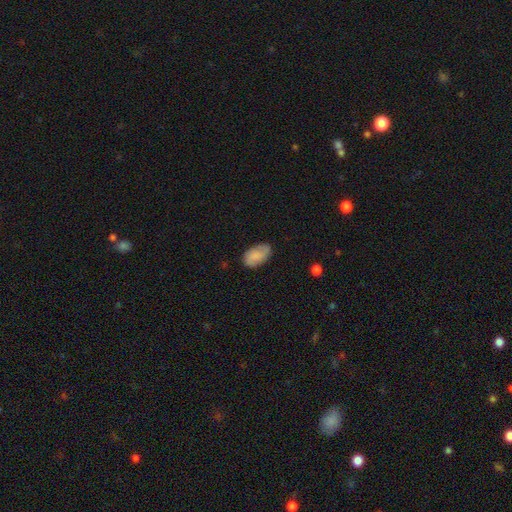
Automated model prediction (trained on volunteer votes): Smooth or featured: smooth — 78% (featured or disk — 14%)
How rounded: in between — 93% (round — 5%)
Merging: none — 72% (minor disturbance — 22%)